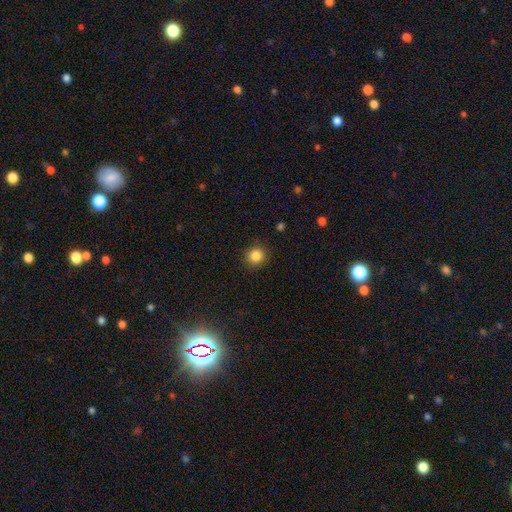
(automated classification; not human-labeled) Smooth or featured?
  - smooth: 85% *
  - star or artifact: 11%
  - featured or disk: 4%
How rounded?
  - round: 92% *
  - in between: 7%
  - cigar-shaped: 1%
Merging?
  - none: 88% *
  - minor disturbance: 9%
  - major disturbance: 3%
  - merger: 1%